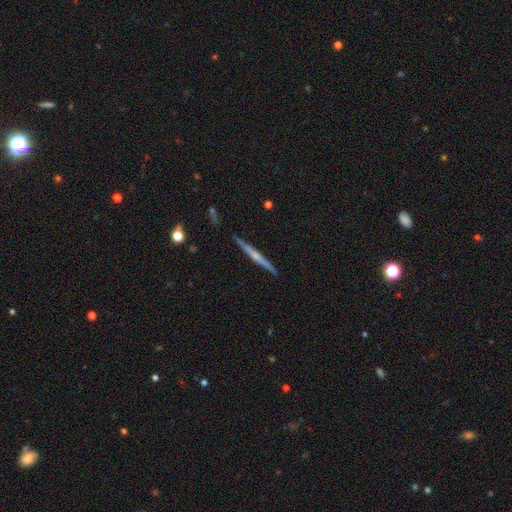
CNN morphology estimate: Smooth or featured?
  - featured or disk: 69% *
  - smooth: 25%
  - star or artifact: 6%
Edge-on disk?
  - yes: 98% *
  - no: 2%
Edge-on bulge?
  - rounded: 59% *
  - none: 31%
  - boxy: 10%
Merging?
  - none: 90% *
  - minor disturbance: 7%
  - major disturbance: 1%
  - merger: 1%